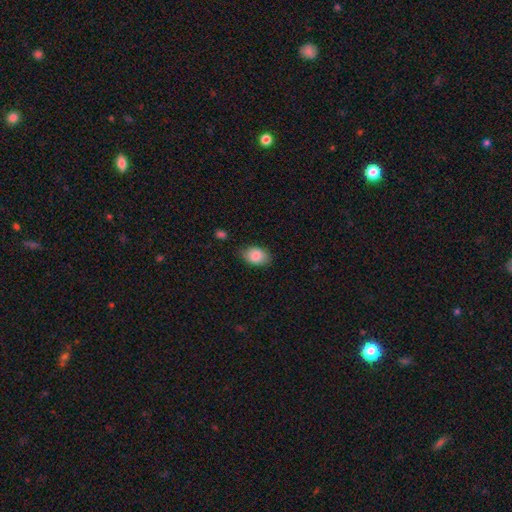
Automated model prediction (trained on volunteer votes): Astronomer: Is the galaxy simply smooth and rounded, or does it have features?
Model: smooth — 87%.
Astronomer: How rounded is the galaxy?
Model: in between — 82%.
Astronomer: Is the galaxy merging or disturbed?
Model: none — 75%.